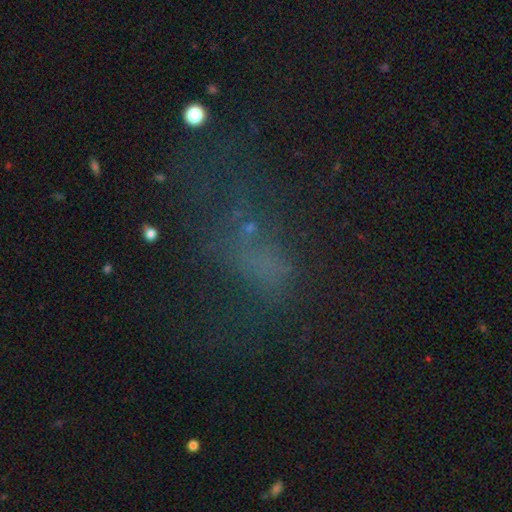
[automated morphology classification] This appears to be a star or artifact, not a galaxy (38%).